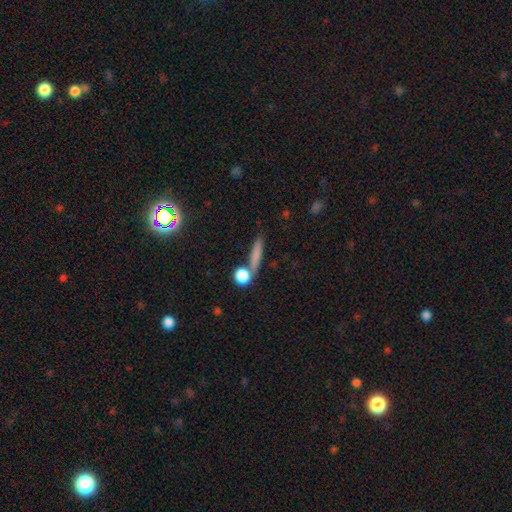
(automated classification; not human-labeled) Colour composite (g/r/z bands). It shows a smooth galaxy with no disk features (72%) that is cigar-shaped (60%). Merging: none (67%).